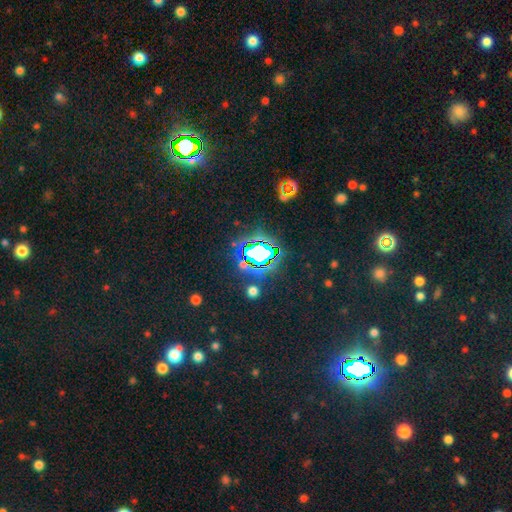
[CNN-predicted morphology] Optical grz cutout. It shows a star or artifact, not a galaxy (76%).